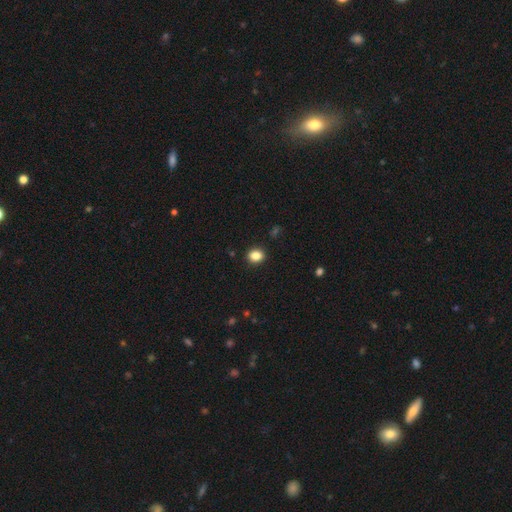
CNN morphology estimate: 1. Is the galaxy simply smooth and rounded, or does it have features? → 86% smooth, 10% star or artifact, 4% featured or disk.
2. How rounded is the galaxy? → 55% round, 44% in between, 1% cigar-shaped.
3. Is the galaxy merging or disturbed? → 90% none, 7% minor disturbance, 2% major disturbance, 1% merger.